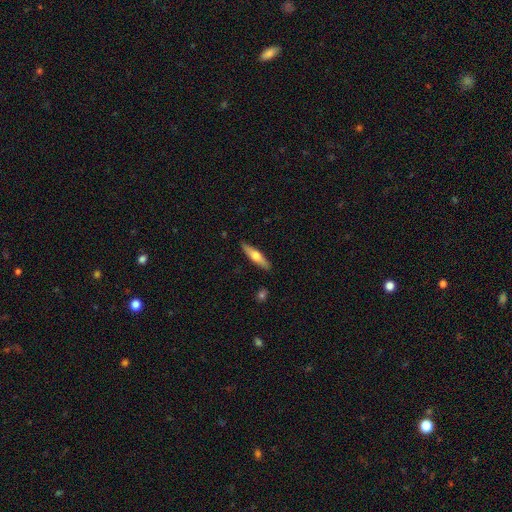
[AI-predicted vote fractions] Smooth or featured? smooth (51%)
How rounded? cigar-shaped (76%)
Merging? none (89%)